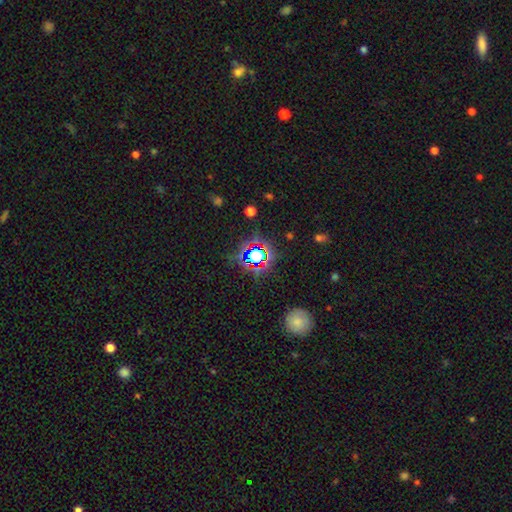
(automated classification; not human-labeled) Smooth or featured: star or artifact — 69% (smooth — 21%)